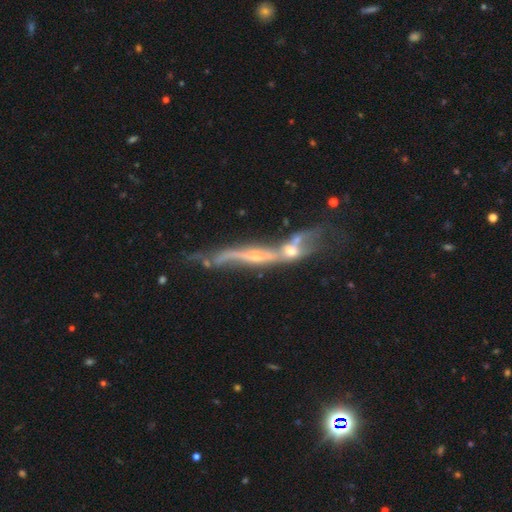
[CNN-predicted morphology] Smooth or featured? featured or disk (75%)
Edge-on disk? yes (60%)
Merging? merger (54%)